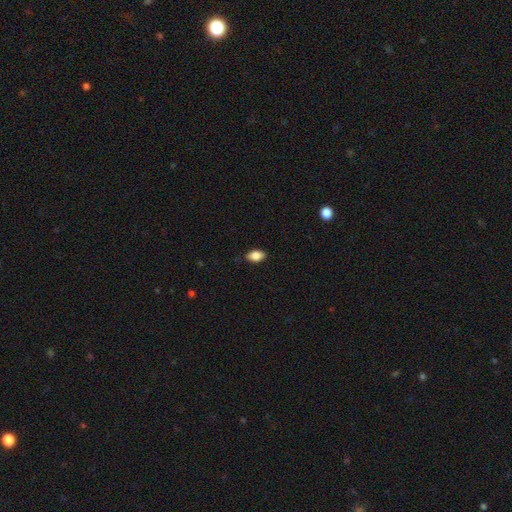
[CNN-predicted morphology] smooth-or-featured: smooth: 86% | star or artifact: 8% | featured or disk: 6%
  how-rounded: in between: 91% | round: 6% | cigar-shaped: 3%
  merging: none: 86% | minor disturbance: 11% | major disturbance: 2% | merger: 1%